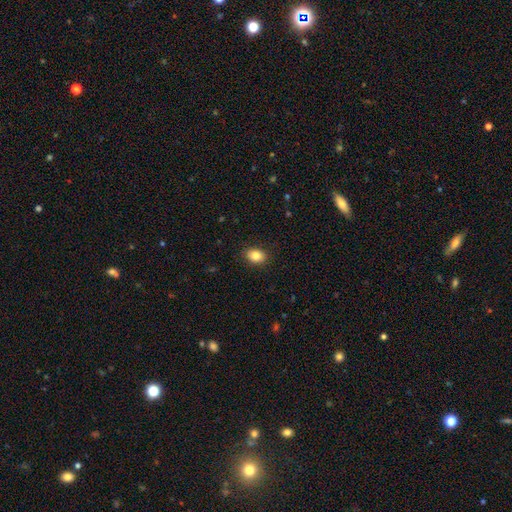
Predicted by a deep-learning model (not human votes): Q: Smooth or featured?
A: smooth (85%); runner-up: star or artifact (9%)
Q: How rounded?
A: in between (73%); runner-up: round (26%)
Q: Merging?
A: none (89%); runner-up: minor disturbance (8%)